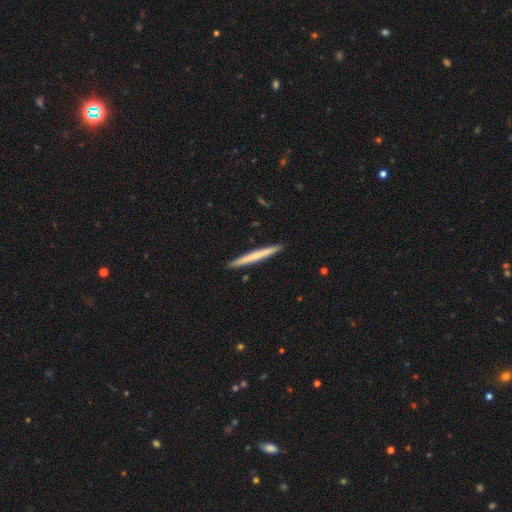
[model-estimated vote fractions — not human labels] Smooth or featured? Predicted: smooth (p=0.57). How rounded? Predicted: cigar-shaped (p=0.97). Merging? Predicted: none (p=0.93).